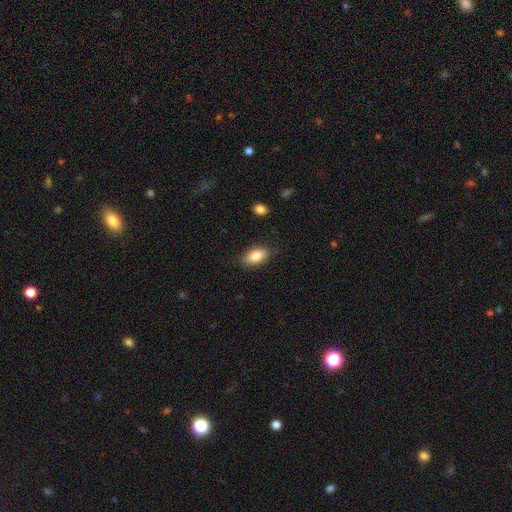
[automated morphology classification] smooth 84%, featured or disk 9%, star or artifact 7%. Down the decision tree: how rounded — in between (91%); merging — none (86%).